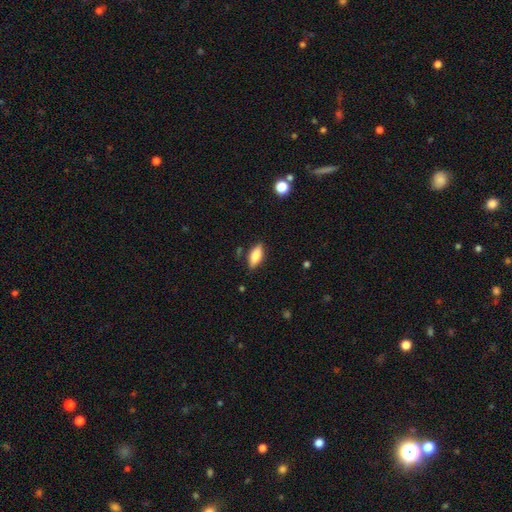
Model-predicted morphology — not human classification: A smooth galaxy with no disk features (80%) that is in between round and cigar-shaped (82%).

Vote fractions:
- Smooth or featured? smooth: 80% / featured or disk: 13% / star or artifact: 7%
- How rounded? in between: 82% / cigar-shaped: 16% / round: 2%
- Merging? none: 84% / minor disturbance: 12% / major disturbance: 3% / merger: 2%